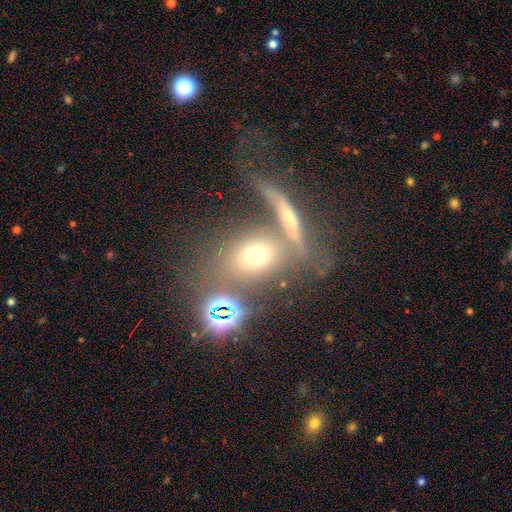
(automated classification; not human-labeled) This appears to be a smooth galaxy with no disk features (57%) that is in between round and cigar-shaped (49%). Merging: none (51%).